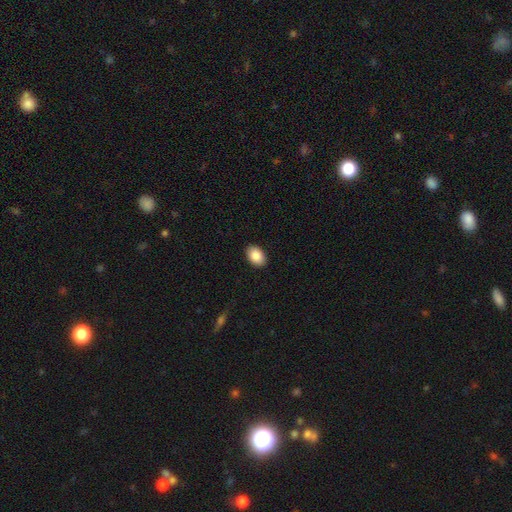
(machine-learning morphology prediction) smooth_or_featured: smooth (p=0.88) [alt: star or artifact p=0.07]
how_rounded: in between (p=0.88) [alt: round p=0.11]
merging: none (p=0.91) [alt: minor disturbance p=0.07]